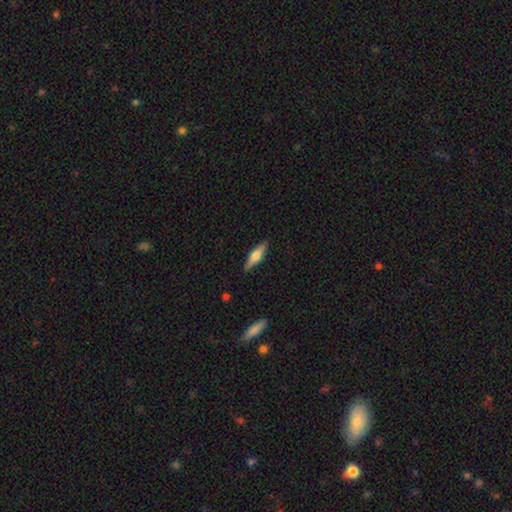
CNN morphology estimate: This is possibly a smooth galaxy (48%). Merging: clearly none (88%).